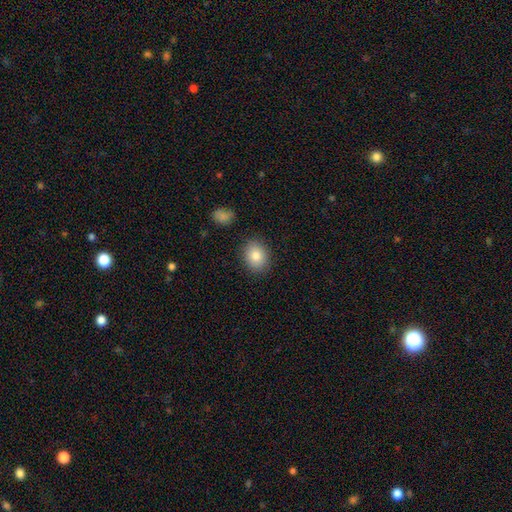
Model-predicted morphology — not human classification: This appears to be a smooth galaxy with no disk features (83%) that is round (50%). Merging: none (86%).